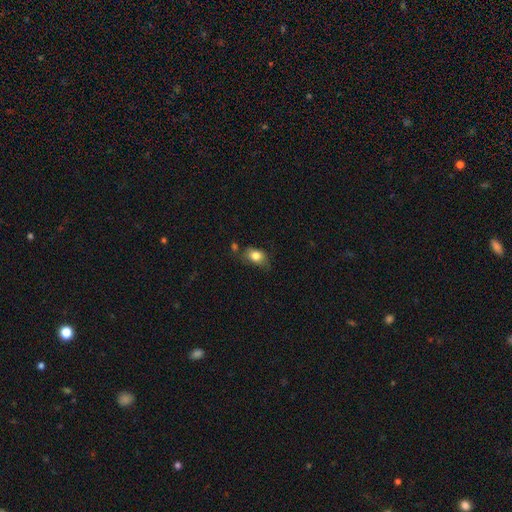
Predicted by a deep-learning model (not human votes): smooth-or-featured: smooth: 81% | featured or disk: 11% | star or artifact: 9%
  how-rounded: in between: 75% | round: 23% | cigar-shaped: 2%
  merging: none: 52% | minor disturbance: 32% | major disturbance: 10% | merger: 6%